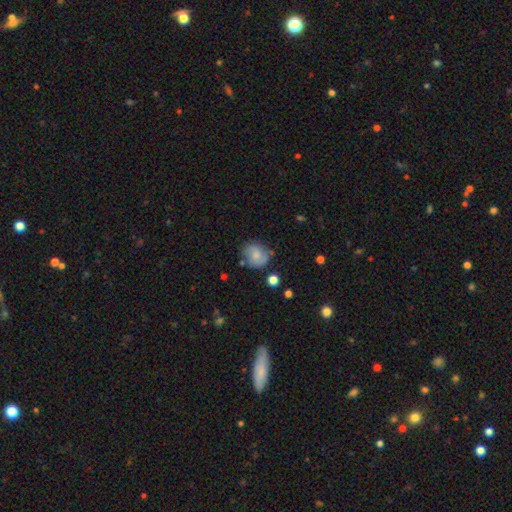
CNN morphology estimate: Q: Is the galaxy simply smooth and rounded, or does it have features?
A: featured or disk — 47%.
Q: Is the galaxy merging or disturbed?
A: none — 68%.